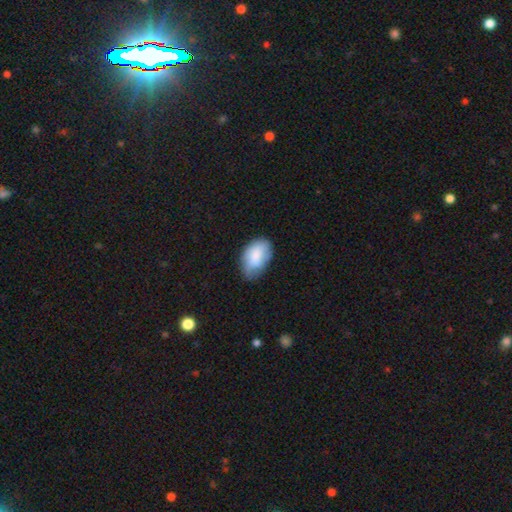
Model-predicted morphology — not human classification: Smooth or featured?
  - smooth: 81% *
  - featured or disk: 13%
  - star or artifact: 6%
How rounded?
  - in between: 93% *
  - round: 6%
  - cigar-shaped: 1%
Merging?
  - none: 61% *
  - minor disturbance: 31%
  - major disturbance: 7%
  - merger: 2%